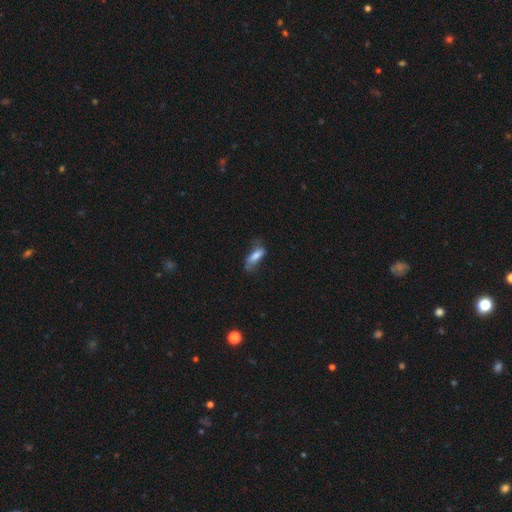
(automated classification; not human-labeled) smooth 65%, featured or disk 27%, star or artifact 9%. Down the decision tree: how rounded — in between (59%); merging — none (48%).